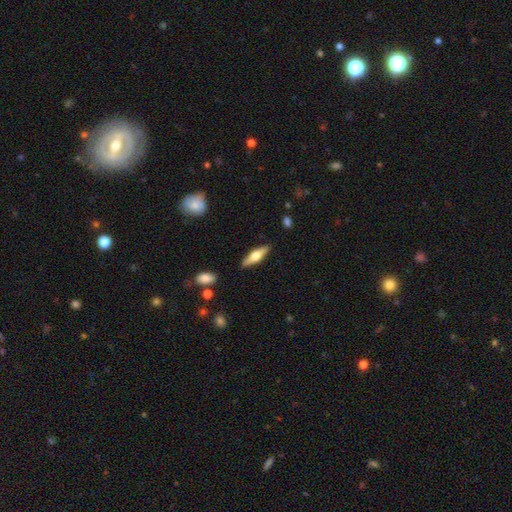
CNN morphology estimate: smooth_or_featured: featured or disk (p=0.50) [alt: smooth p=0.44]
disk_edge_on: yes (p=0.93) [alt: no p=0.07]
merging: none (p=0.87) [alt: minor disturbance p=0.09]